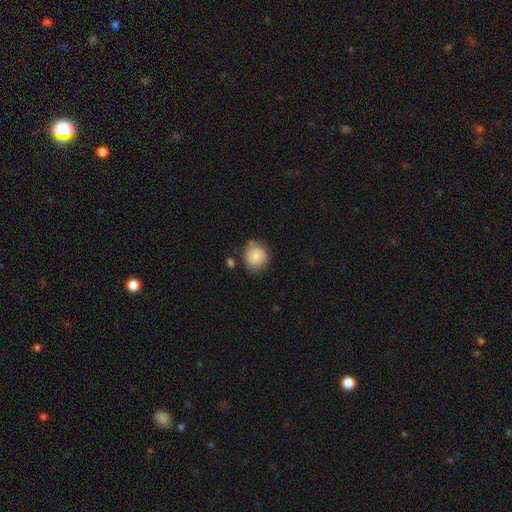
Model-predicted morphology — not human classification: smooth_or_featured: smooth (p=0.82) [alt: featured or disk p=0.10]
how_rounded: round (p=0.79) [alt: in between p=0.20]
merging: none (p=0.66) [alt: minor disturbance p=0.24]